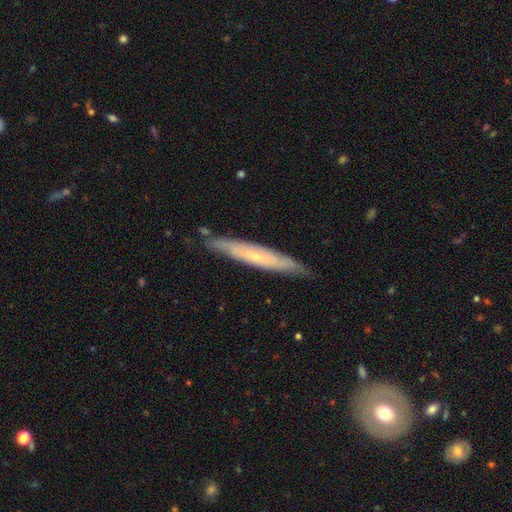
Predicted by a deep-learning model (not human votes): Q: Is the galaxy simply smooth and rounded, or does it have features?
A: featured or disk — 57%.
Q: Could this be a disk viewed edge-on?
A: yes — 75%.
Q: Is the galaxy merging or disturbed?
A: none — 82%.